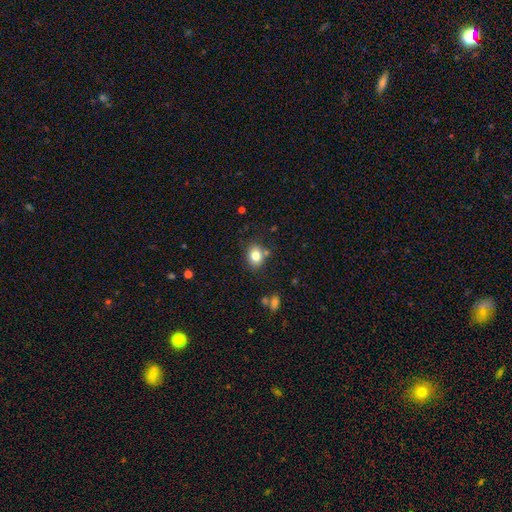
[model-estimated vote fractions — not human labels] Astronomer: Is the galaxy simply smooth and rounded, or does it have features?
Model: smooth — 80%.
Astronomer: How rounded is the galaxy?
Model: round — 50% (runner-up: in between, 49%).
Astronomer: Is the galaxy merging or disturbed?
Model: none — 76%.